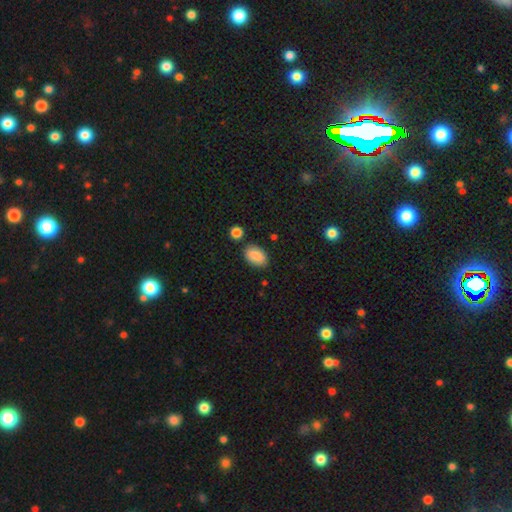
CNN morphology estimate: This appears to be a smooth galaxy with no disk features (88%) that is in between round and cigar-shaped (91%). Merging: none (79%).